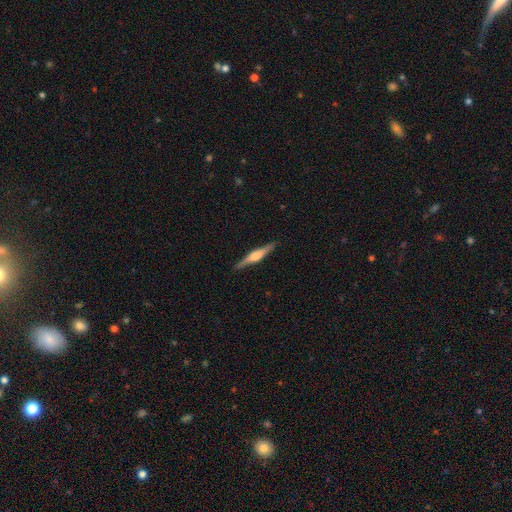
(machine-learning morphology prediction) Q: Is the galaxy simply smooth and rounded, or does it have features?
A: featured or disk — 69%.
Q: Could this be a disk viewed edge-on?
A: yes — 98%.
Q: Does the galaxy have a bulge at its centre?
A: rounded — 66%.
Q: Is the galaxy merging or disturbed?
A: none — 90%.